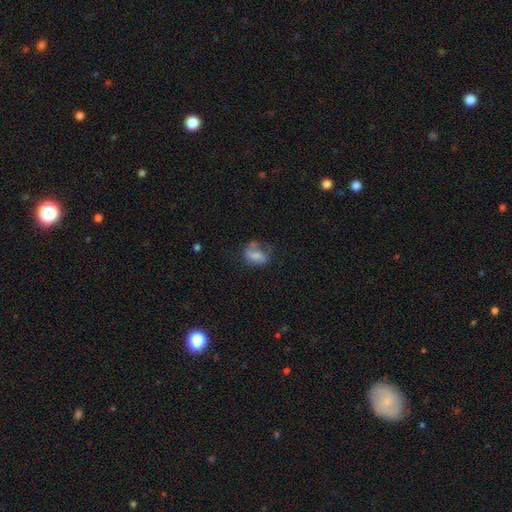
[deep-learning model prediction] This appears to be a smooth galaxy with no disk features (59%) that is in between round and cigar-shaped (77%). Merging: none (42%).